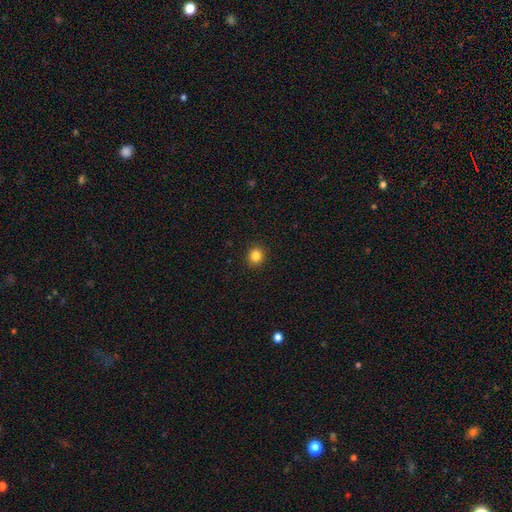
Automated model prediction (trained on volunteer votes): smooth 84%, star or artifact 12%, featured or disk 4%. Down the decision tree: how rounded — round (88%); merging — none (92%).